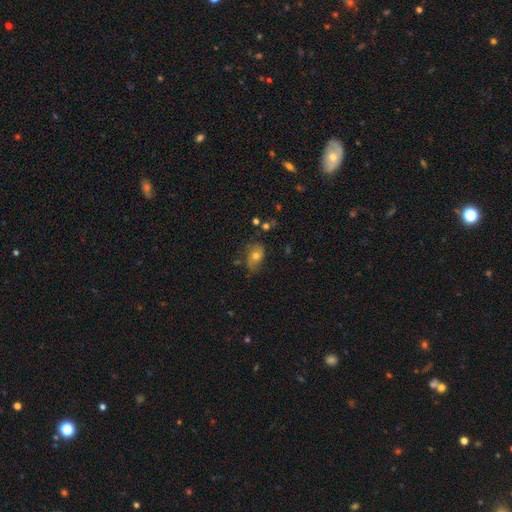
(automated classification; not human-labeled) Overall: smooth (65%). How rounded: in between (80%). Merging: none (60%; minor disturbance 27%).